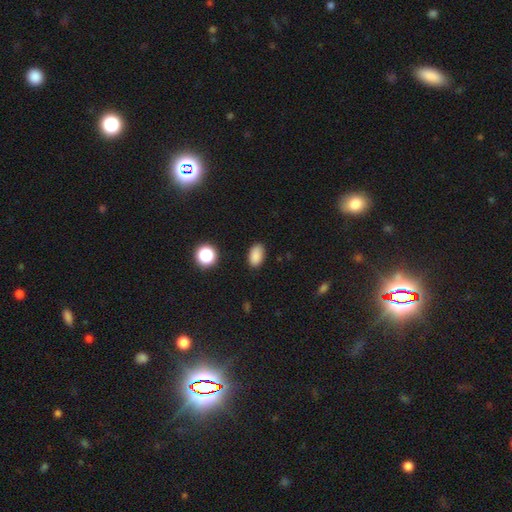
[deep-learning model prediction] Smooth or featured? Predicted: smooth (p=0.86). How rounded? Predicted: in between (p=0.91). Merging? Predicted: none (p=0.87).